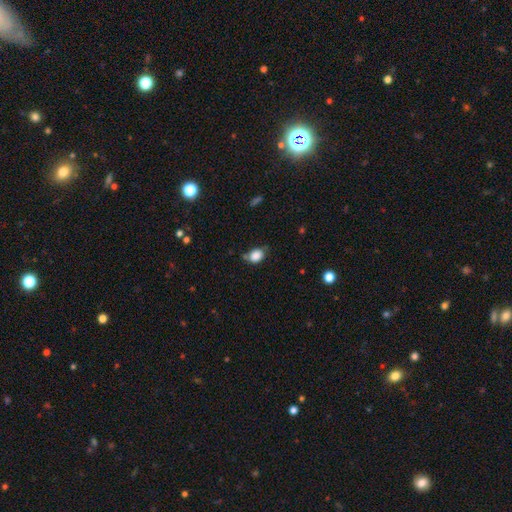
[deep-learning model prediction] A smooth galaxy with no disk features (85%) that is in between round and cigar-shaped (67%).

Vote fractions:
- Smooth or featured? smooth: 85% / star or artifact: 9% / featured or disk: 6%
- How rounded? in between: 67% / round: 32% / cigar-shaped: 1%
- Merging? none: 58% / minor disturbance: 29% / major disturbance: 7% / merger: 6%